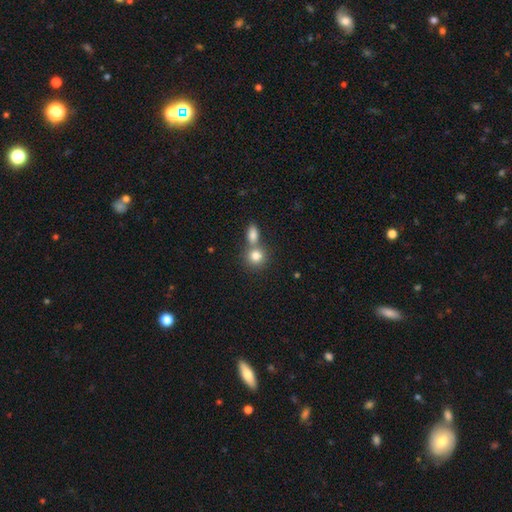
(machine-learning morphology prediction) smooth 82%, star or artifact 10%, featured or disk 9%. Down the decision tree: how rounded — round (78%); merging — none (46%).